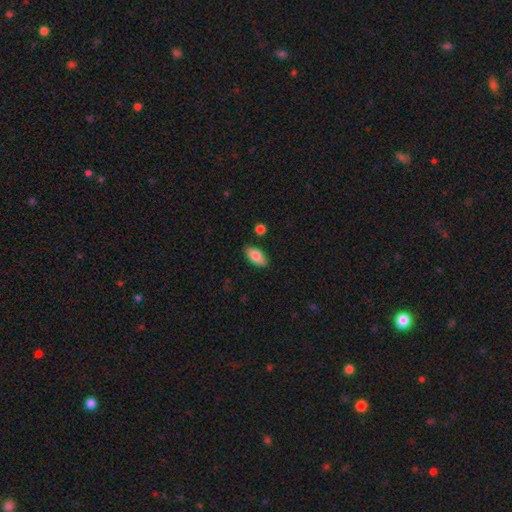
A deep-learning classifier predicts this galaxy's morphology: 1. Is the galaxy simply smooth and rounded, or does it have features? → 83% smooth, 10% featured or disk, 7% star or artifact.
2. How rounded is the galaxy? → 92% in between, 5% cigar-shaped, 3% round.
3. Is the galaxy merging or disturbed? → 86% none, 10% minor disturbance, 2% merger, 2% major disturbance.